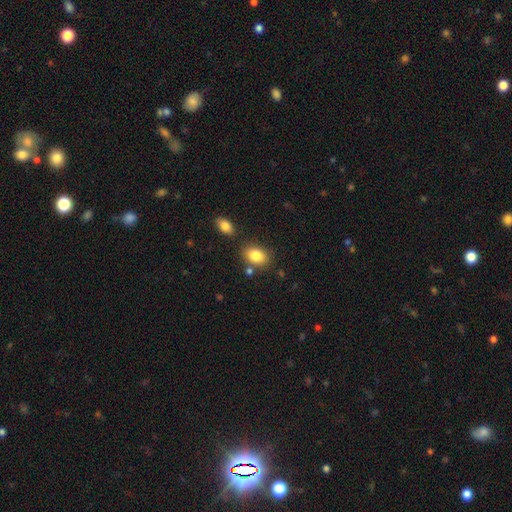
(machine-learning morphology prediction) Smooth or featured: smooth — 84% (star or artifact — 8%)
How rounded: in between — 78% (round — 21%)
Merging: none — 75% (minor disturbance — 12%)